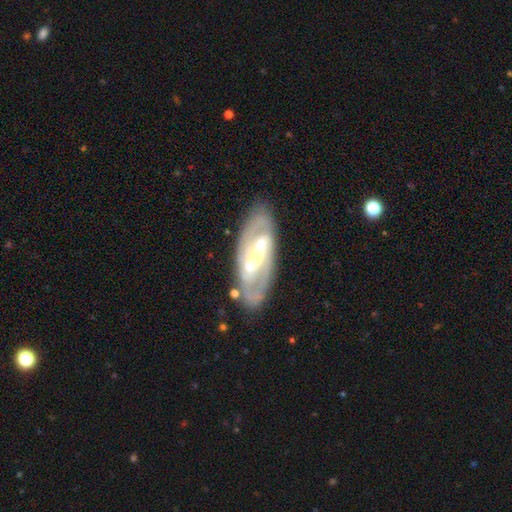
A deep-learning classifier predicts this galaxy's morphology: This is clearly a featured or disk galaxy (82%). It is clearly not viewed edge-on (91%). Bar: likely strong (70%). Spiral arm pattern: clearly yes (81%). Spiral arm count: likely 2 (79%). Spiral winding: marginally medium (42%). Central bulge: possibly small (53%). Merging: likely none (79%).